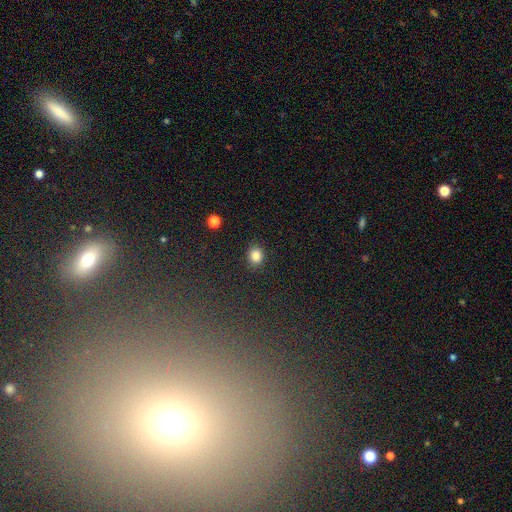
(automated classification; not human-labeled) A smooth galaxy with no disk features (84%) that is round (65%). Merging: none (88%).